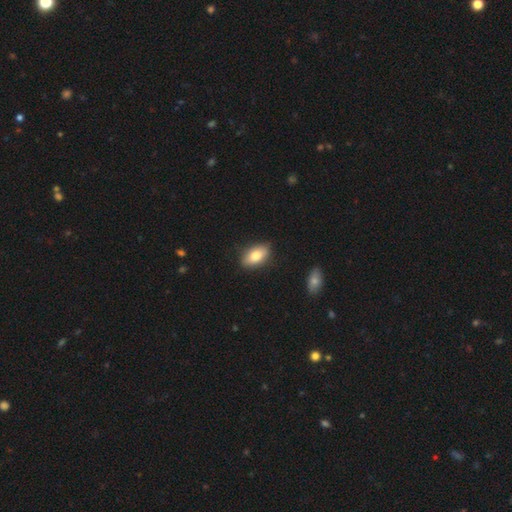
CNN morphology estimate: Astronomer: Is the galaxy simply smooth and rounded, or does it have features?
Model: smooth — 79%.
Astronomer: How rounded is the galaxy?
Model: in between — 90%.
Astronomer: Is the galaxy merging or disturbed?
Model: none — 85%.